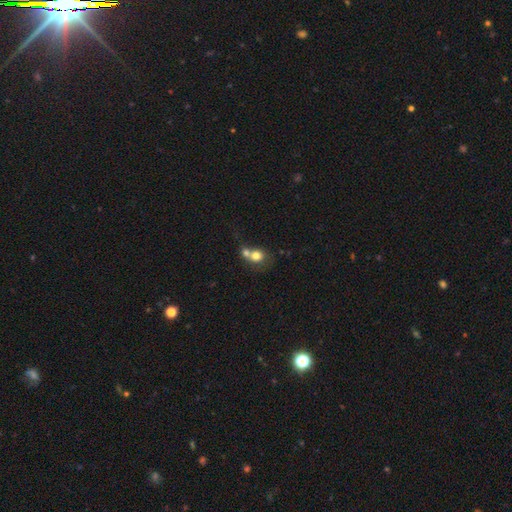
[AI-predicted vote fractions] smooth 73%, featured or disk 17%, star or artifact 10%. Down the decision tree: how rounded — round (71%); merging — merger (66%).